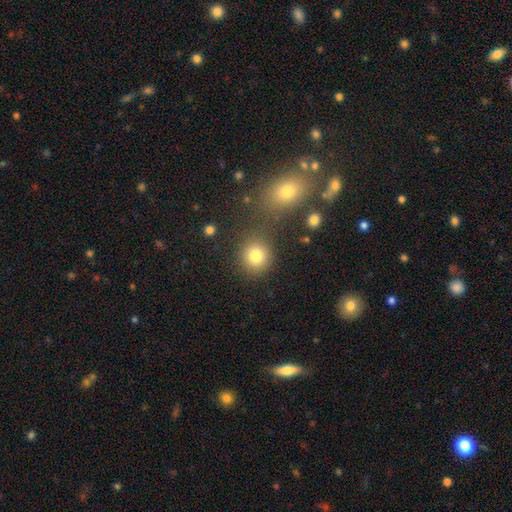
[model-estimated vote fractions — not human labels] Overall: smooth (82%). How rounded: round (85%). Merging: none (77%).